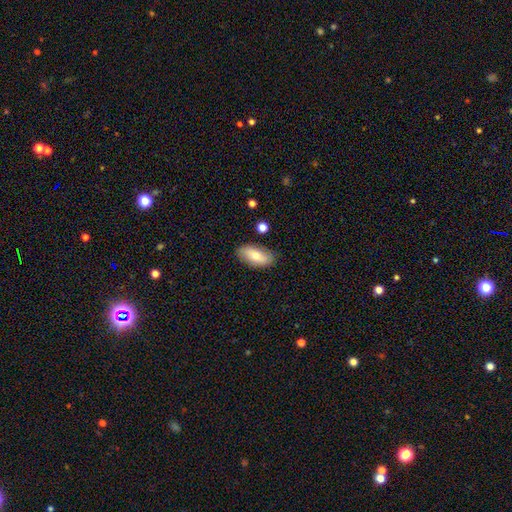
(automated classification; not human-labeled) Overall: smooth (69%). How rounded: in between (89%). Merging: none (82%).